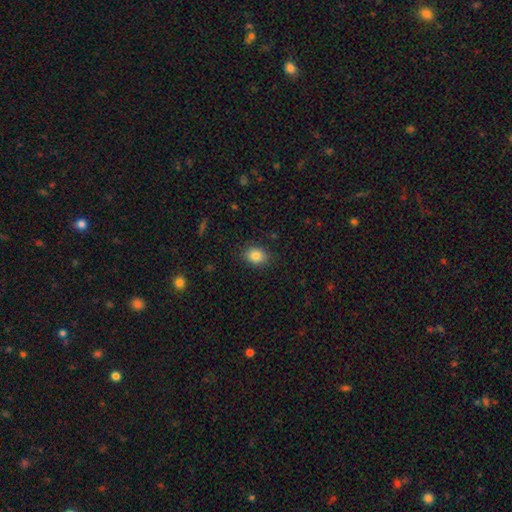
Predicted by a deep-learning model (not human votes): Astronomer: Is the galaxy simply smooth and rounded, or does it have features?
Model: smooth — 84%.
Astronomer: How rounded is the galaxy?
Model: in between — 52% (runner-up: round, 47%).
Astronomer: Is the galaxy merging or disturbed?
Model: none — 87%.